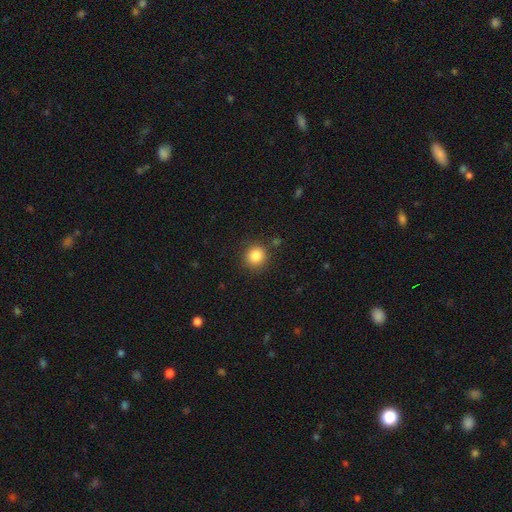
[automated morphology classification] This appears to be a smooth galaxy with no disk features (85%) that is round (91%). Merging: none (87%).